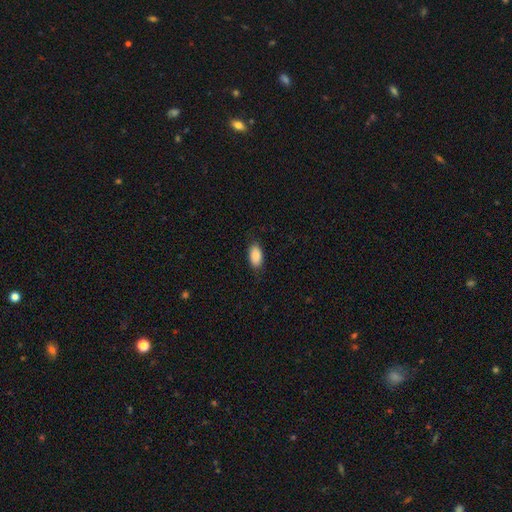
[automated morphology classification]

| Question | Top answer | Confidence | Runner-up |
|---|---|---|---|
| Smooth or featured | smooth | 88% | star or artifact (7%) |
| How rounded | in between | 93% | cigar-shaped (4%) |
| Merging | none | 84% | minor disturbance (12%) |